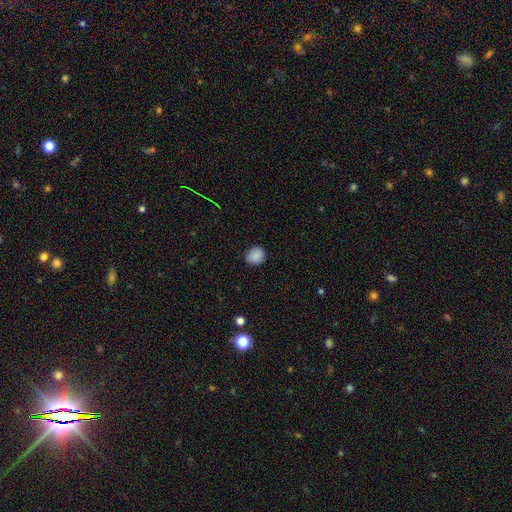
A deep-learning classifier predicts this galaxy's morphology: smooth_or_featured: smooth (p=0.88) [alt: star or artifact p=0.09]
how_rounded: round (p=0.81) [alt: in between p=0.18]
merging: none (p=0.85) [alt: minor disturbance p=0.11]